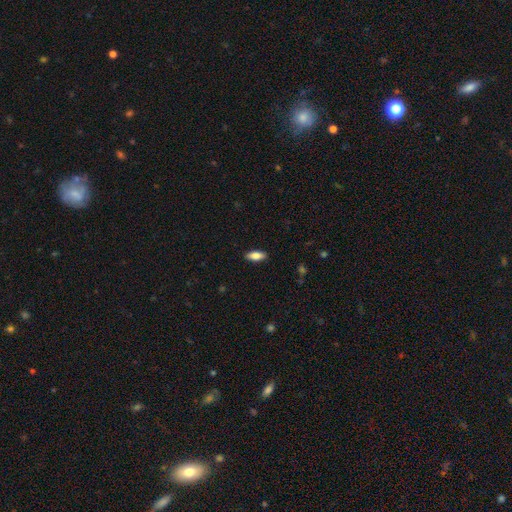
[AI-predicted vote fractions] The model was most divided on "how rounded": in between: 78%, cigar-shaped: 20%, round: 2%. More confident: merging — none (89%); smooth or featured — smooth (80%).